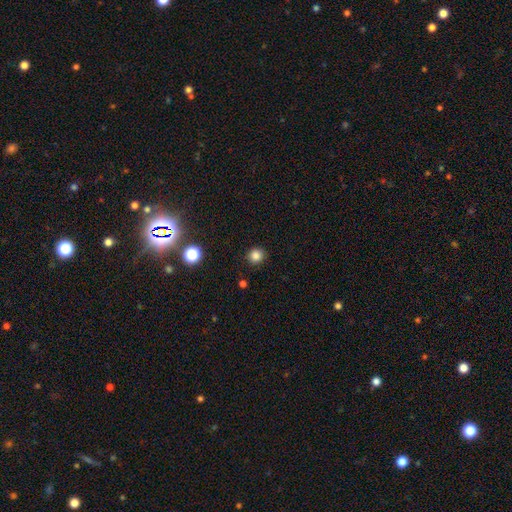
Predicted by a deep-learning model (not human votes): Smooth or featured? smooth (84%)
How rounded? round (91%)
Merging? none (90%)